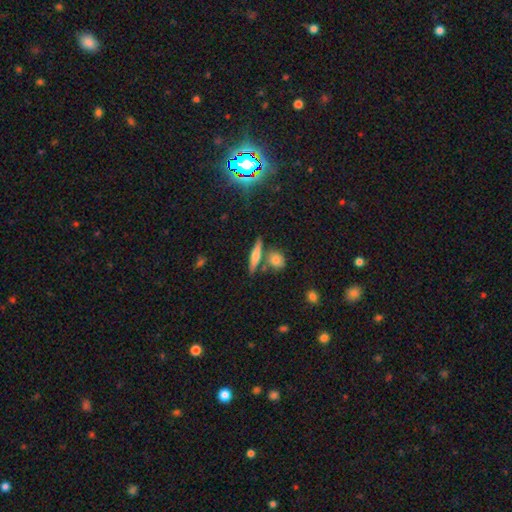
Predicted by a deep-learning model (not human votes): Overall: smooth (51%; featured or disk 39%). How rounded: cigar-shaped (75%). Merging: none (72%).